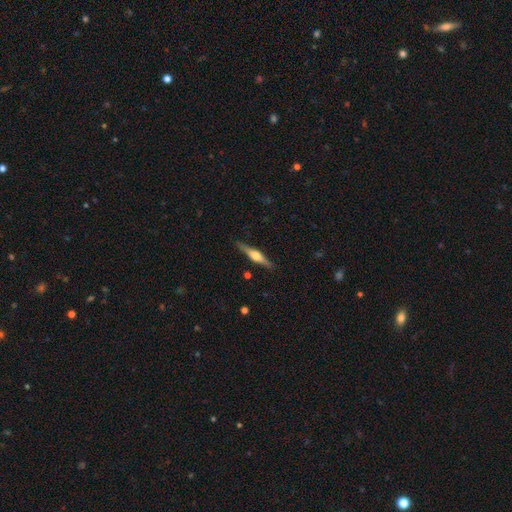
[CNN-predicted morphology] featured or disk 74%, smooth 21%, star or artifact 5%. Down the decision tree: edge-on disk — yes (98%); edge-on bulge — rounded (92%); merging — none (89%).